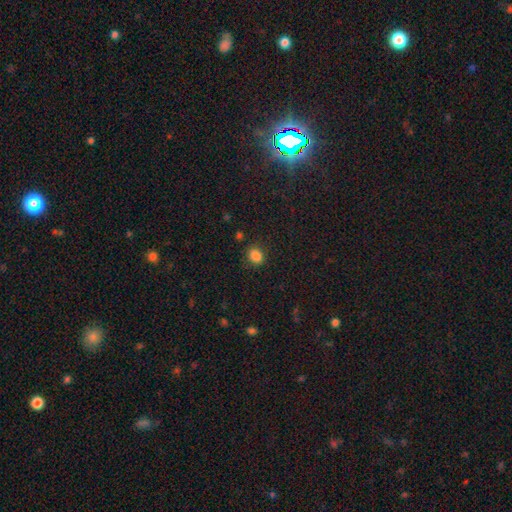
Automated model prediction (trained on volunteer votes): Smooth or featured? Predicted: smooth (p=0.85). How rounded? Predicted: in between (p=0.51). Merging? Predicted: none (p=0.84).